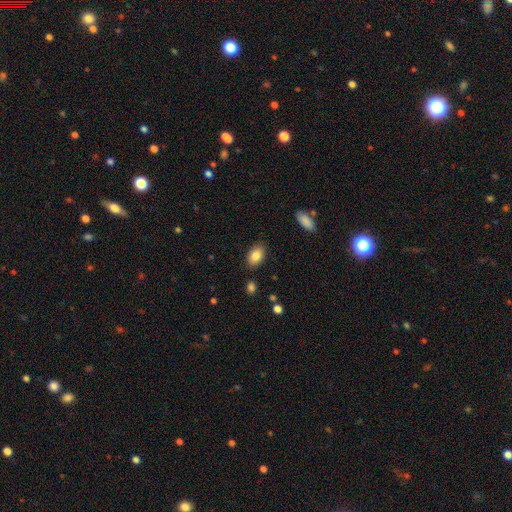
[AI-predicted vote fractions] smooth 85%, featured or disk 8%, star or artifact 7%. Down the decision tree: how rounded — in between (89%); merging — none (84%).